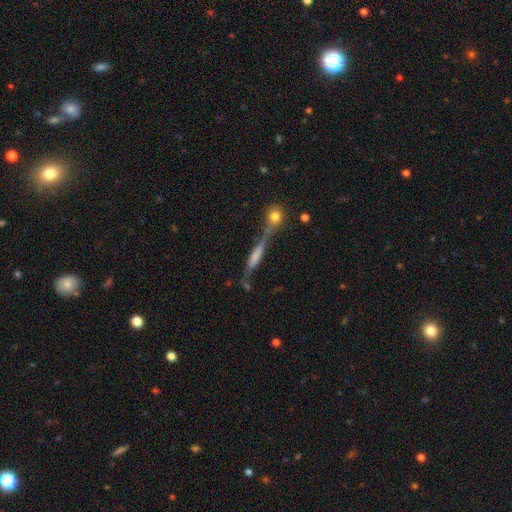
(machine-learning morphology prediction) type=smooth (53%); roundness=cigar-shaped (80%); merging=none (45%).